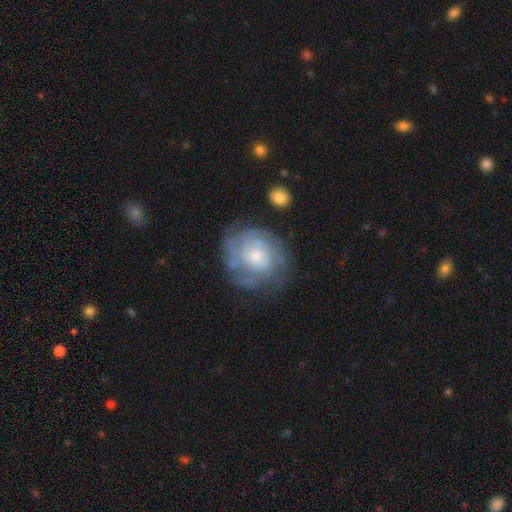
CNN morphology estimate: This is likely a featured or disk galaxy (70%). It is clearly not viewed edge-on (97%). Bar: clearly no (81%). Spiral arm pattern: clearly yes (81%). Spiral arm count: possibly can't tell (55%). Spiral winding: likely tight (66%). Central bulge: possibly small (49%). Merging: likely none (69%).